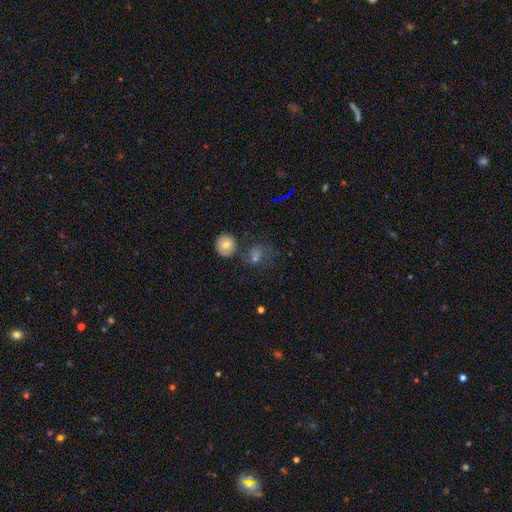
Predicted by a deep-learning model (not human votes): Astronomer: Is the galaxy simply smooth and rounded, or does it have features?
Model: smooth — 62%.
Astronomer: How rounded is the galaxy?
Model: round — 72%.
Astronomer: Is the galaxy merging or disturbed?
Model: none — 59%.